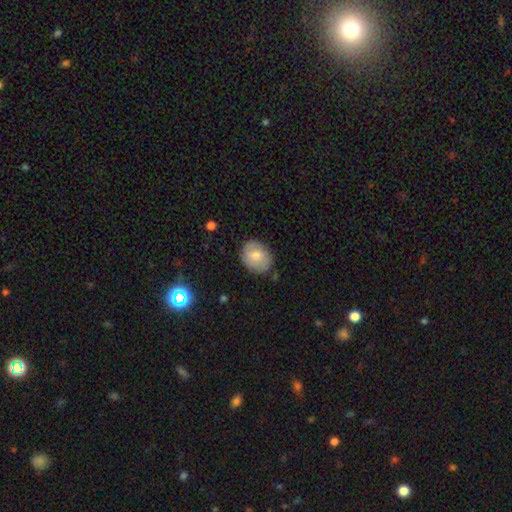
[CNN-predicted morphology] Smooth or featured?
  - smooth: 68% *
  - featured or disk: 24%
  - star or artifact: 9%
How rounded?
  - round: 50% *
  - in between: 49%
  - cigar-shaped: 1%
Merging?
  - none: 81% *
  - minor disturbance: 14%
  - major disturbance: 3%
  - merger: 1%